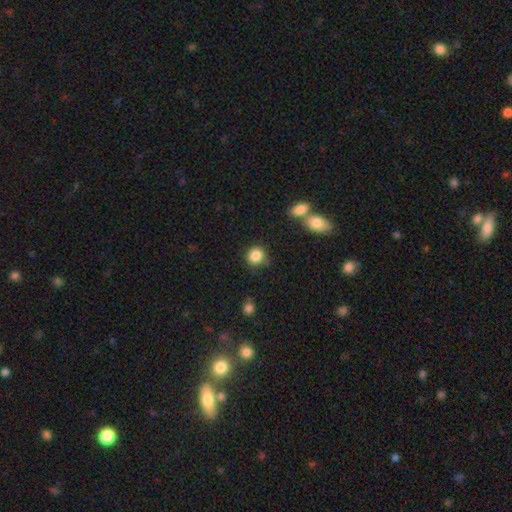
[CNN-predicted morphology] This appears to be a smooth galaxy with no disk features (86%) that is round (86%). Merging: none (78%).